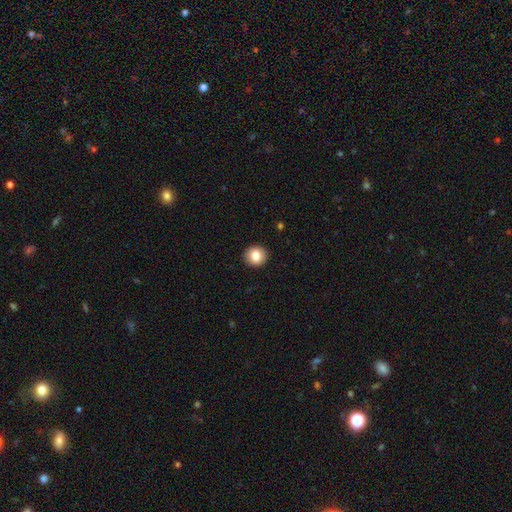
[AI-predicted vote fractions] Smooth or featured? Predicted: smooth (p=0.83). How rounded? Predicted: round (p=0.89). Merging? Predicted: none (p=0.93).